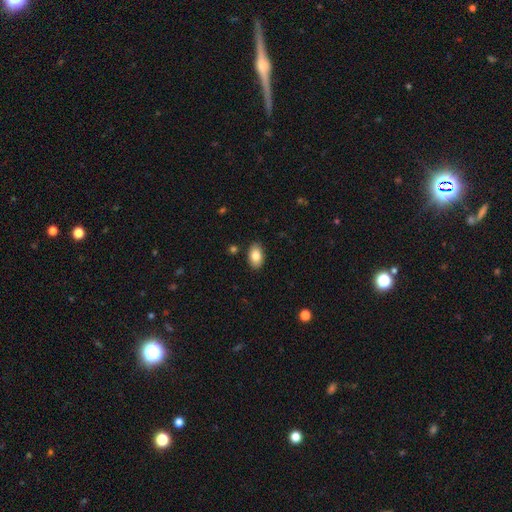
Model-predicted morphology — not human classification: This is clearly a smooth galaxy (83%). How rounded: clearly in between (92%). Merging: clearly none (88%).